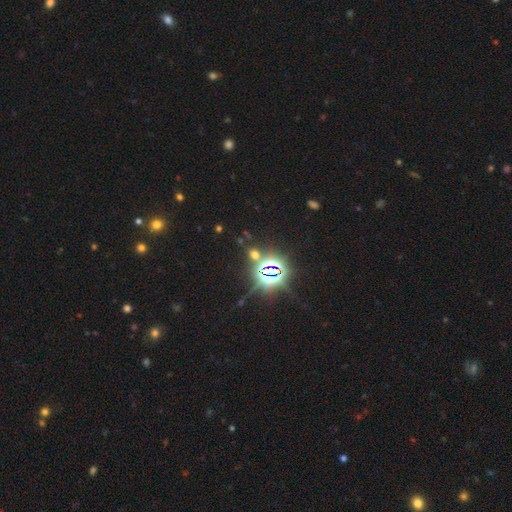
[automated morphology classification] A star or artifact, not a galaxy (77%).

Vote fractions:
- Smooth or featured? star or artifact: 77% / smooth: 15% / featured or disk: 8%